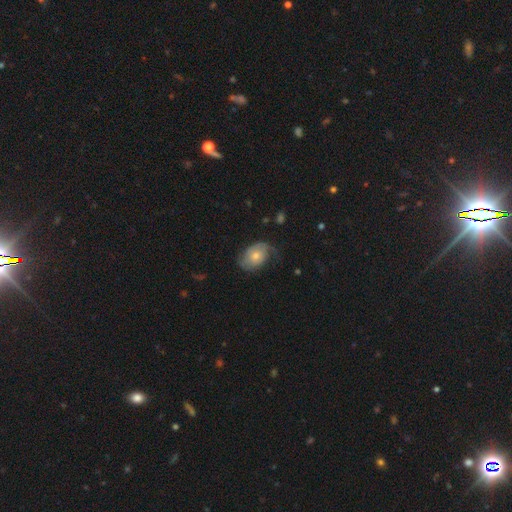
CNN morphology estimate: A smooth galaxy with no disk features (53%) that is in between round and cigar-shaped (77%). Merging: none (51%).